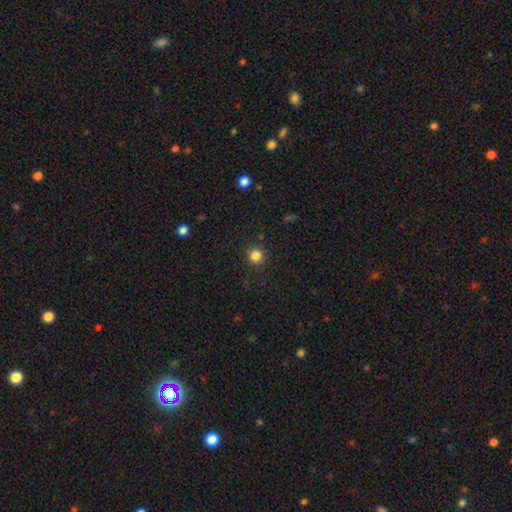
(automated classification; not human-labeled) A smooth galaxy with no disk features (83%) that is round (94%). Merging: none (89%).